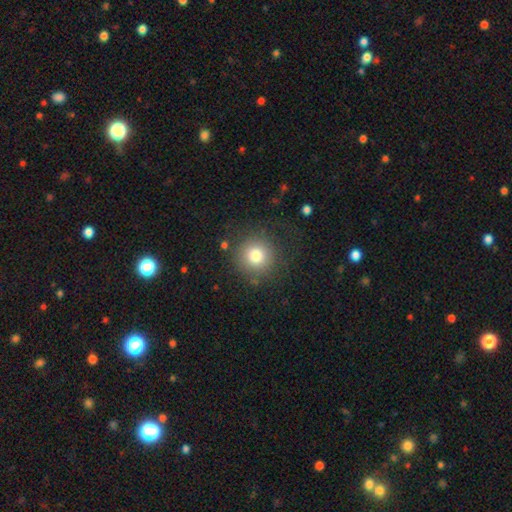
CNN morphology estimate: Smooth or featured? smooth (78%)
How rounded? round (94%)
Merging? none (81%)